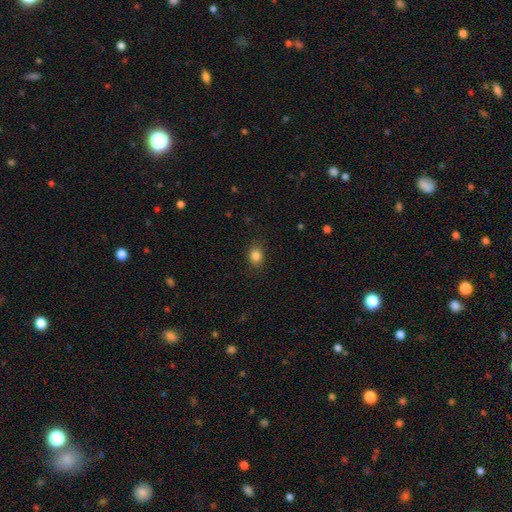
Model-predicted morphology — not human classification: type=smooth (84%); roundness=in between (54%); merging=none (86%).